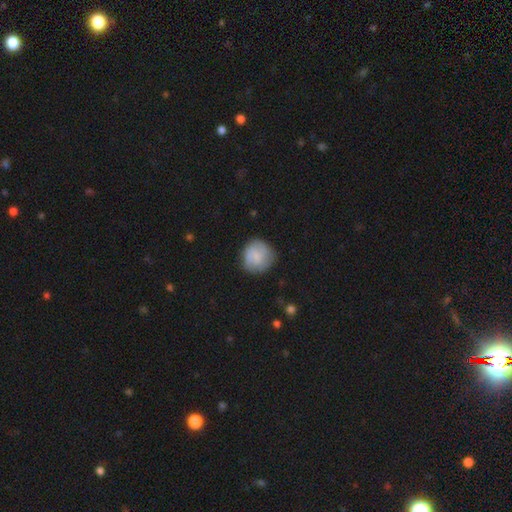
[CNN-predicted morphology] This appears to be a smooth galaxy with no disk features (62%) that is round (89%). Merging: none (75%).